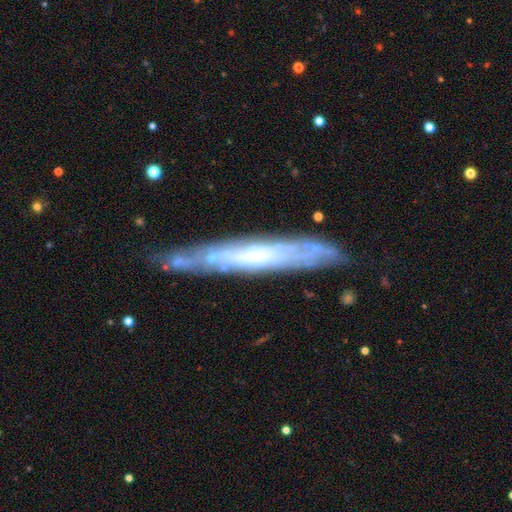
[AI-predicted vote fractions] A featured or disk galaxy (69%) viewed edge-on (71%). Merging: none (77%).